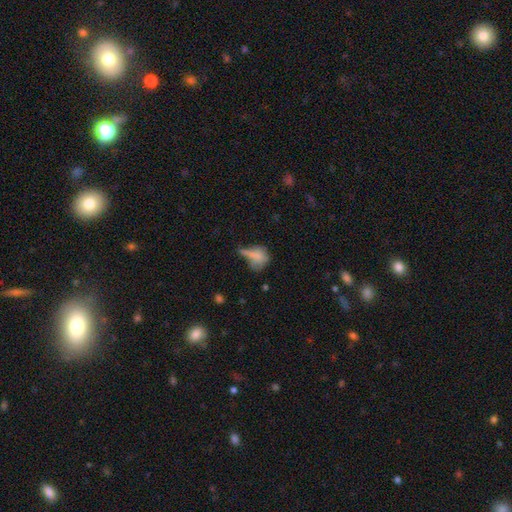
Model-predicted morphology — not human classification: smooth_or_featured: smooth (p=0.66) [alt: featured or disk p=0.21]
how_rounded: in between (p=0.58) [alt: round p=0.34]
merging: none (p=0.32) [alt: major disturbance p=0.29]